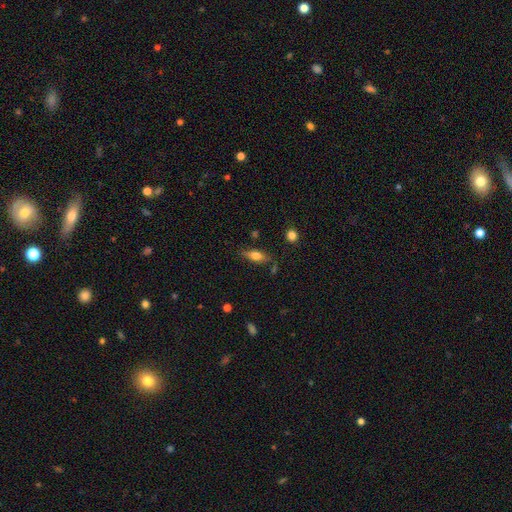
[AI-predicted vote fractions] A smooth galaxy with no disk features (55%) that is in between round and cigar-shaped (61%). Merging: none (74%).